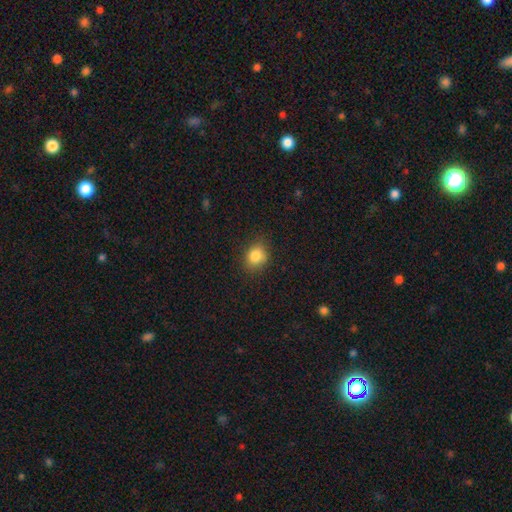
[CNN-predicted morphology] smooth_or_featured: smooth (p=0.83) [alt: star or artifact p=0.11]
how_rounded: round (p=0.62) [alt: in between p=0.37]
merging: none (p=0.80) [alt: minor disturbance p=0.15]